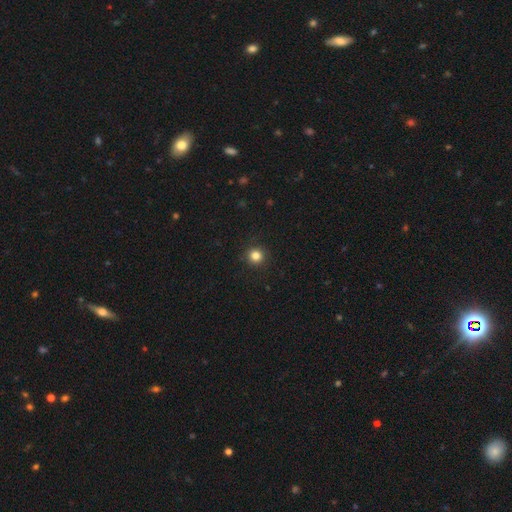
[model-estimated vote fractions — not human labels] A smooth galaxy with no disk features (83%) that is round (95%).

Vote fractions:
- Smooth or featured? smooth: 83% / star or artifact: 12% / featured or disk: 4%
- How rounded? round: 95% / in between: 4% / cigar-shaped: 1%
- Merging? none: 92% / minor disturbance: 5% / major disturbance: 2% / merger: 1%